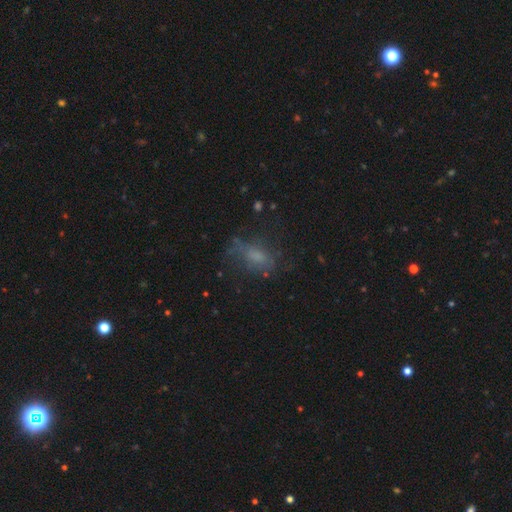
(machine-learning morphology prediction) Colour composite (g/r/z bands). It shows a smooth galaxy with no disk features (52%) that is in between round and cigar-shaped (77%). Merging: none (53%).